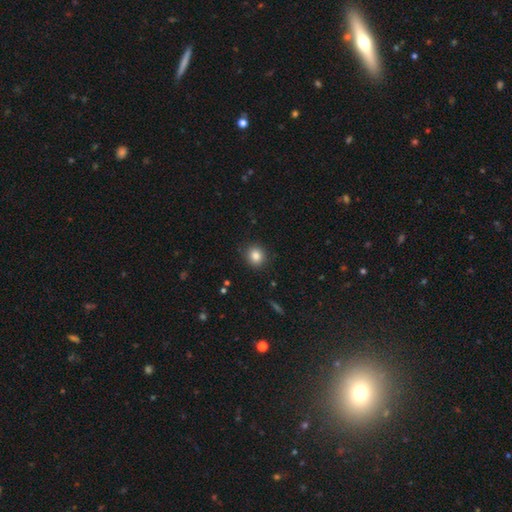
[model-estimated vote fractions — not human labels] Smooth or featured: smooth — 84% (star or artifact — 10%)
How rounded: round — 82% (in between — 17%)
Merging: none — 89% (minor disturbance — 8%)